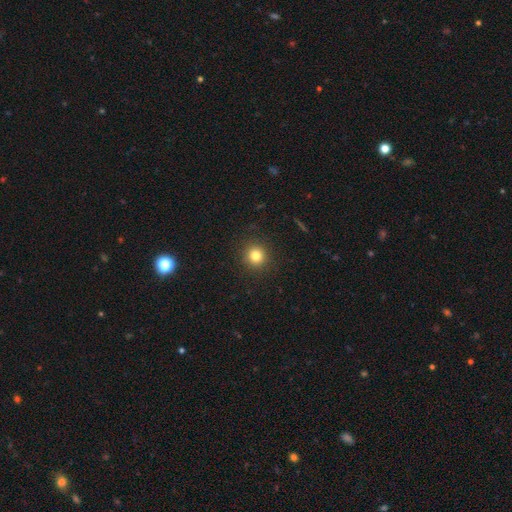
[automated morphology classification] smooth_or_featured: smooth (p=0.81) [alt: star or artifact p=0.13]
how_rounded: round (p=0.93) [alt: in between p=0.06]
merging: none (p=0.91) [alt: minor disturbance p=0.06]